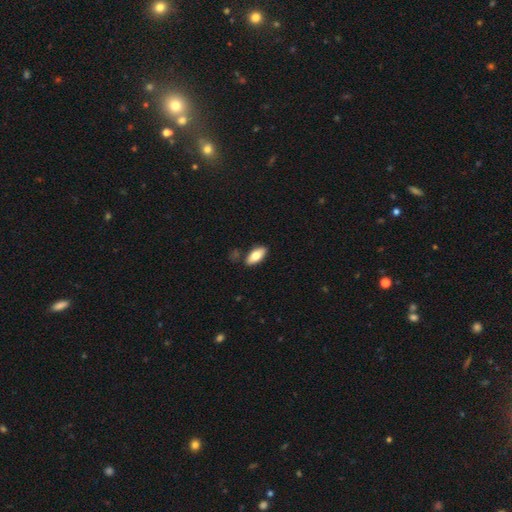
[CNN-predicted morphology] Smooth or featured?
  - smooth: 75% *
  - featured or disk: 19%
  - star or artifact: 6%
How rounded?
  - in between: 87% *
  - cigar-shaped: 10%
  - round: 2%
Merging?
  - none: 84% *
  - minor disturbance: 10%
  - merger: 3%
  - major disturbance: 2%